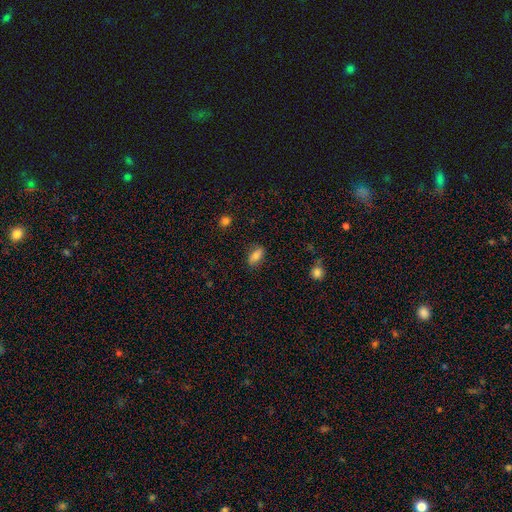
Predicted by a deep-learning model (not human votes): Smooth or featured: smooth — 80% (featured or disk — 12%)
How rounded: in between — 85% (cigar-shaped — 10%)
Merging: none — 82% (minor disturbance — 13%)